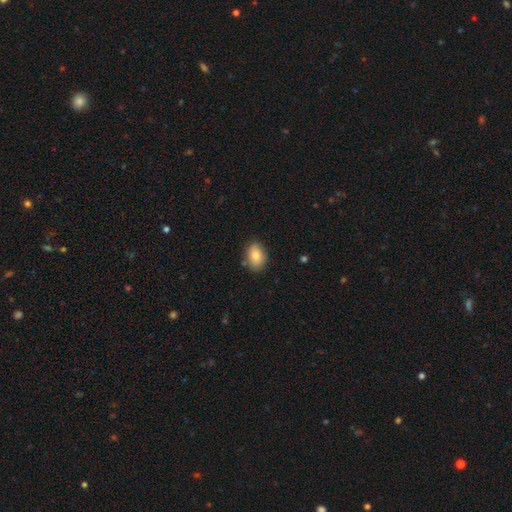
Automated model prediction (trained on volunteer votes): A smooth galaxy with no disk features (84%) that is in between round and cigar-shaped (81%).

Vote fractions:
- Smooth or featured? smooth: 84% / featured or disk: 9% / star or artifact: 7%
- How rounded? in between: 81% / round: 18% / cigar-shaped: 1%
- Merging? none: 81% / minor disturbance: 14% / major disturbance: 3% / merger: 2%